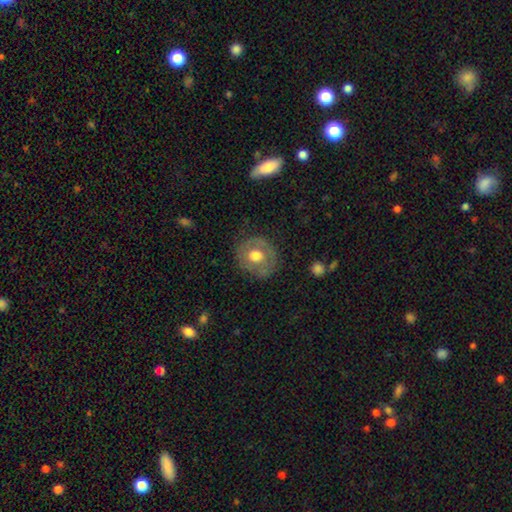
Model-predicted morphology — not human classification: smooth_or_featured: smooth (p=0.54) [alt: featured or disk p=0.39]
how_rounded: round (p=0.82) [alt: in between p=0.17]
merging: none (p=0.77) [alt: minor disturbance p=0.15]